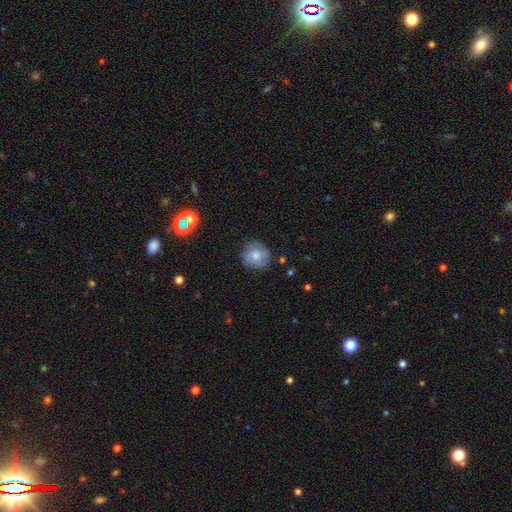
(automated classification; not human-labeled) Smooth or featured? Predicted: smooth (p=0.67). How rounded? Predicted: round (p=0.89). Merging? Predicted: none (p=0.80).